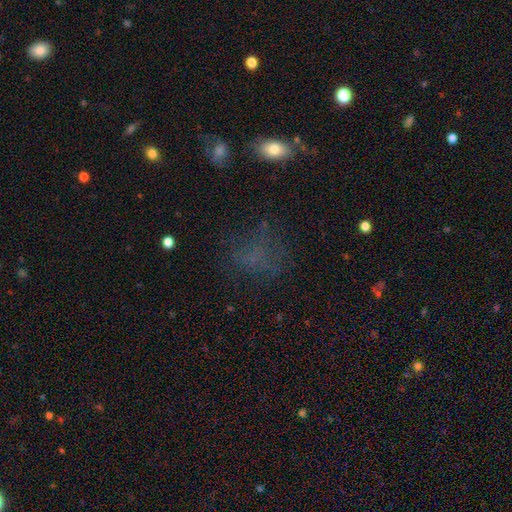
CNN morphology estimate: Smooth or featured? smooth (51%)
How rounded? round (49%)
Merging? none (55%)